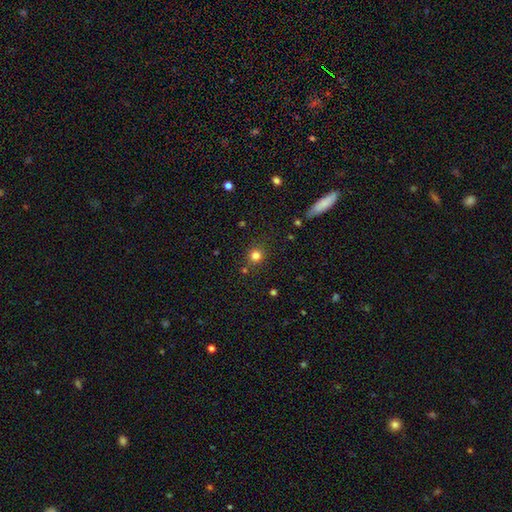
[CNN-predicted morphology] A smooth galaxy with no disk features (80%) that is round (91%). Merging: none (84%).